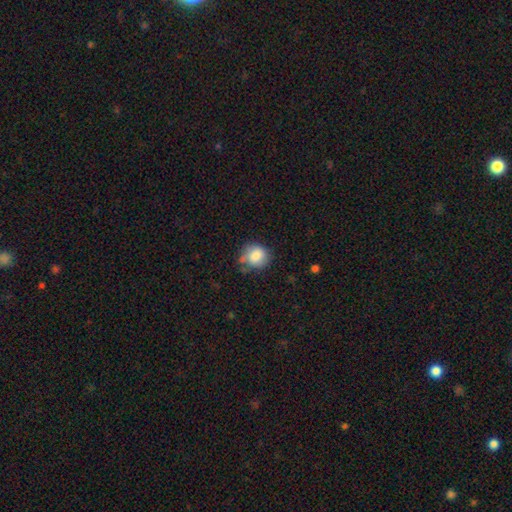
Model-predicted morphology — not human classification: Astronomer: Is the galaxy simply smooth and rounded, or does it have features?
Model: smooth — 83%.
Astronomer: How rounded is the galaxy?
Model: round — 80%.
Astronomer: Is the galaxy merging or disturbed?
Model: none — 59%.